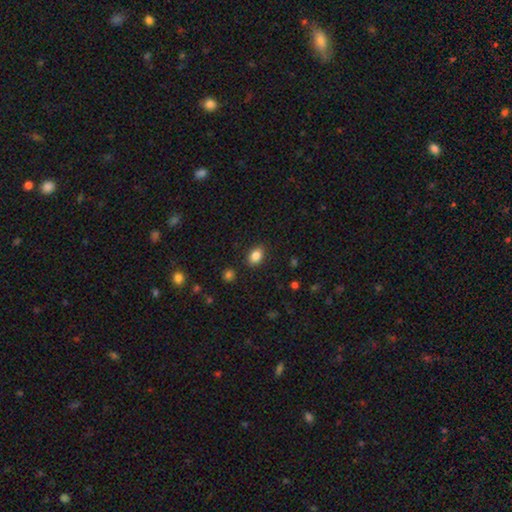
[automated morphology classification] type=smooth (85%); roundness=in between (79%); merging=none (86%).